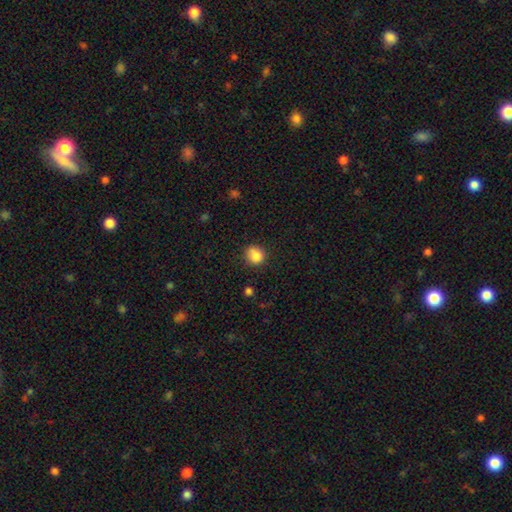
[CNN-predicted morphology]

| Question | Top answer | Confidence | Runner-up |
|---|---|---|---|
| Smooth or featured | smooth | 85% | star or artifact (10%) |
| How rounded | round | 80% | in between (19%) |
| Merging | none | 73% | minor disturbance (20%) |